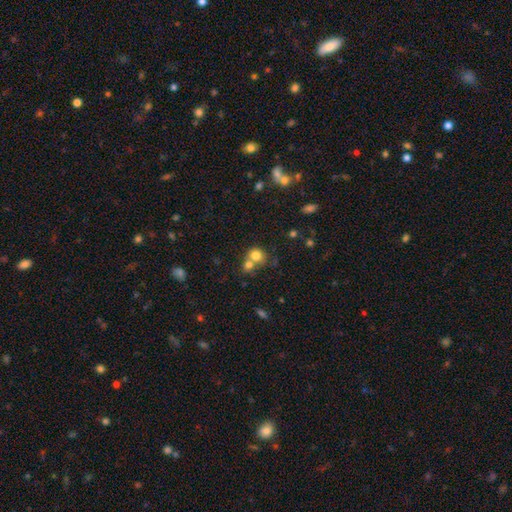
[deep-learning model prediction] This appears to be a smooth galaxy with no disk features (76%) that is round (79%). Merging: merger (51%).